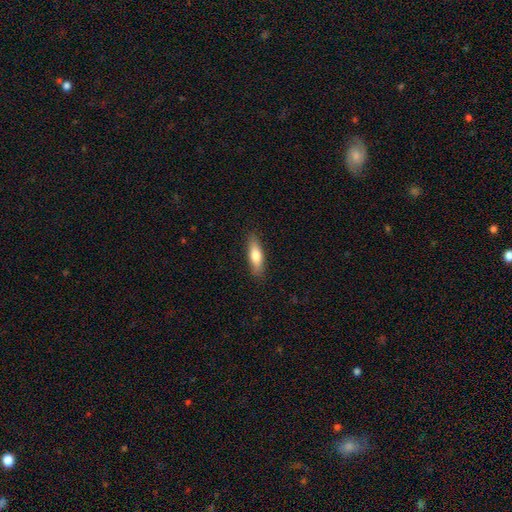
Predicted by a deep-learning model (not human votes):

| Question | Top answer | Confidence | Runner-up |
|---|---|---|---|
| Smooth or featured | smooth | 73% | featured or disk (21%) |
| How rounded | cigar-shaped | 52% | in between (45%) |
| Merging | none | 87% | minor disturbance (10%) |